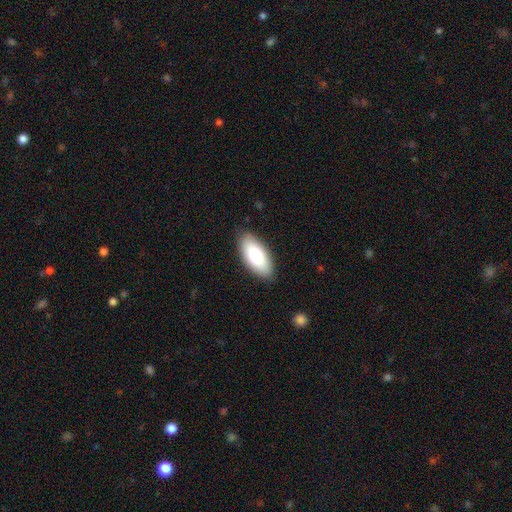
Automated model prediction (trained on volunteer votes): This is clearly a smooth galaxy (81%). How rounded: clearly in between (90%). Merging: clearly none (86%).